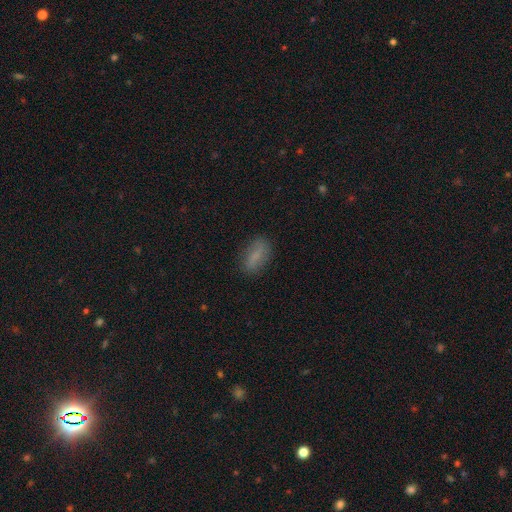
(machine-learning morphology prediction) Smooth or featured?
  - smooth: 77% *
  - featured or disk: 14%
  - star or artifact: 9%
How rounded?
  - in between: 78% *
  - cigar-shaped: 17%
  - round: 5%
Merging?
  - none: 81% *
  - minor disturbance: 14%
  - major disturbance: 4%
  - merger: 1%